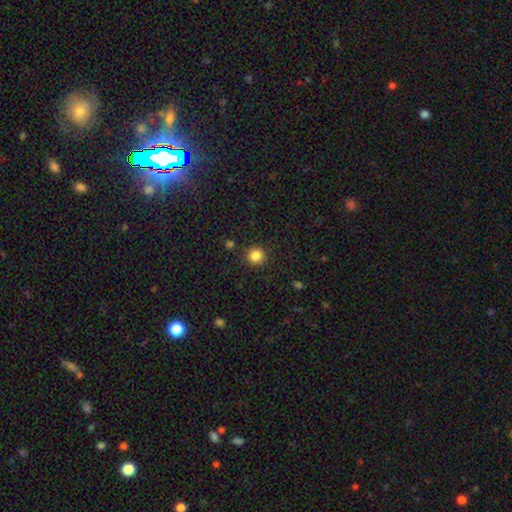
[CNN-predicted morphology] A smooth galaxy with no disk features (85%) that is round (93%).

Vote fractions:
- Smooth or featured? smooth: 85% / star or artifact: 11% / featured or disk: 4%
- How rounded? round: 93% / in between: 6% / cigar-shaped: 1%
- Merging? none: 89% / minor disturbance: 6% / major disturbance: 2% / merger: 2%